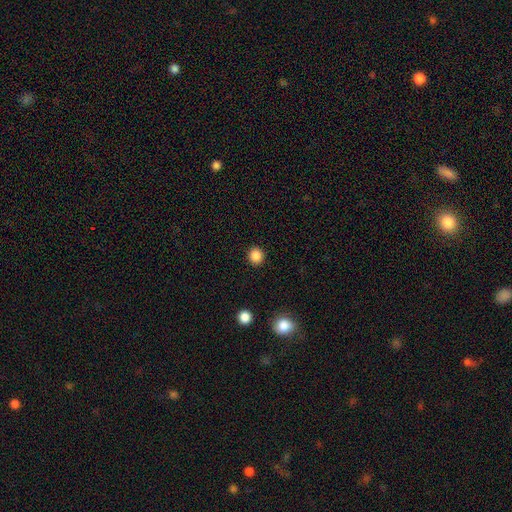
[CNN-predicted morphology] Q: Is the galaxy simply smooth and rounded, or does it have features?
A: smooth — 86%.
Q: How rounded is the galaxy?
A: round — 90%.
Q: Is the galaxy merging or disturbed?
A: none — 92%.